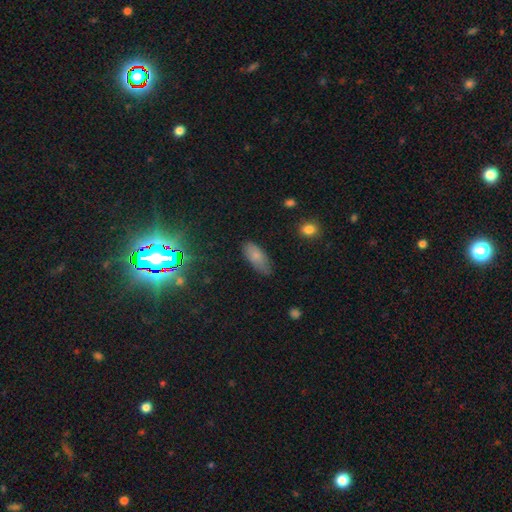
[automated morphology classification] smooth_or_featured: smooth (p=0.77) [alt: featured or disk p=0.13]
how_rounded: in between (p=0.86) [alt: cigar-shaped p=0.11]
merging: none (p=0.68) [alt: minor disturbance p=0.25]